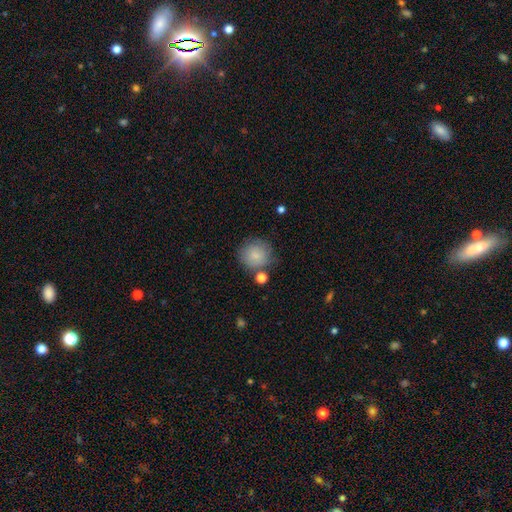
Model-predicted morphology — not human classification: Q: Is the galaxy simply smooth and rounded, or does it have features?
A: smooth — 83%.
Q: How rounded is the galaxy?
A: round — 91%.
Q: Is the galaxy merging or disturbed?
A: none — 72%.